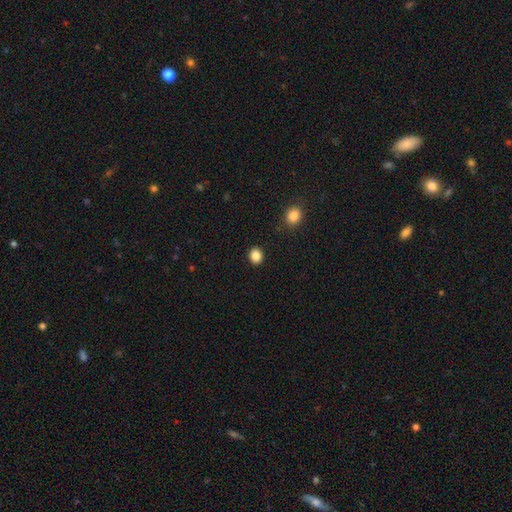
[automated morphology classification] smooth 86%, star or artifact 10%, featured or disk 4%. Down the decision tree: how rounded — round (67%); merging — none (90%).